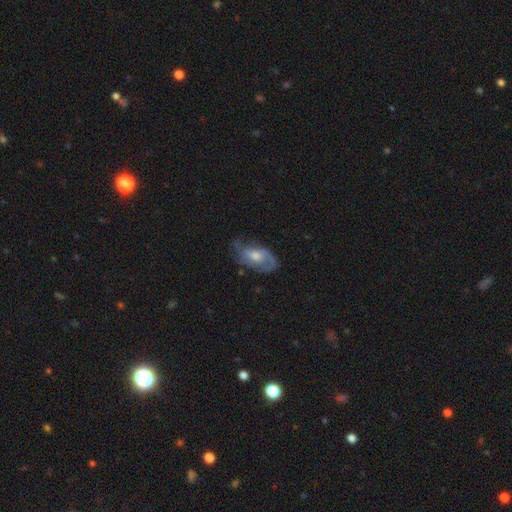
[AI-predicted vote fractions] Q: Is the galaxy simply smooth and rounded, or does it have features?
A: featured or disk — 72%.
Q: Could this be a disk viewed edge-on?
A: no — 94%.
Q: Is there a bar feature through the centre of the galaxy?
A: no — 62%.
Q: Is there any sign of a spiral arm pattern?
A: yes — 87%.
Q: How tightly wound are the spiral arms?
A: medium — 45%.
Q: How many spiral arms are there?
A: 2 — 58%.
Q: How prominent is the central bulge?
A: moderate — 64%.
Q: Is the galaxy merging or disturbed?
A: none — 62%.